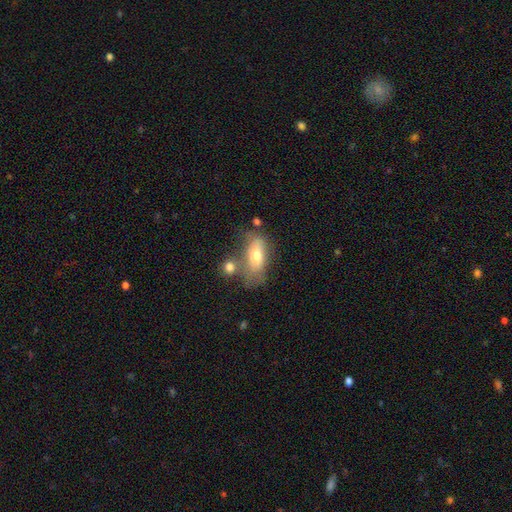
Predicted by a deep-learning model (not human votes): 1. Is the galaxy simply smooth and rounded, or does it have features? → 60% smooth, 31% featured or disk, 9% star or artifact.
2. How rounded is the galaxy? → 80% in between, 15% cigar-shaped, 5% round.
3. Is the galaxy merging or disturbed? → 42% none, 23% merger, 22% minor disturbance, 13% major disturbance.